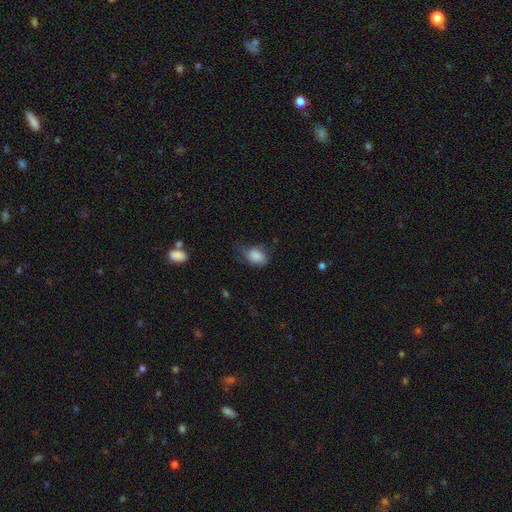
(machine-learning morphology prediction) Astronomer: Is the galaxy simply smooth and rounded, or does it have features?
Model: smooth — 79%.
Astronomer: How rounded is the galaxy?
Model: in between — 78%.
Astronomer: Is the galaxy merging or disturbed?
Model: none — 37%, tied with minor disturbance at 37%.